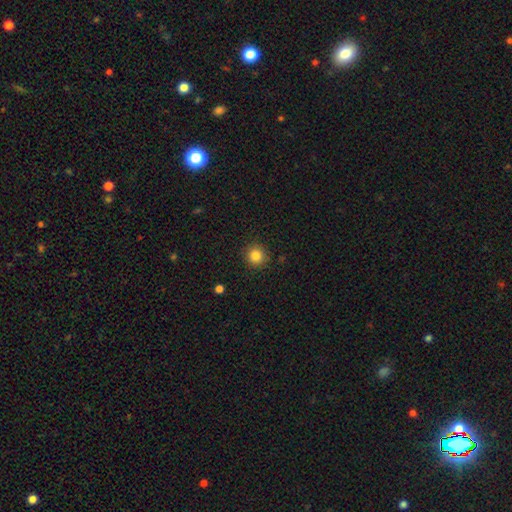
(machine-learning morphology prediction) A smooth galaxy with no disk features (84%) that is round (93%).

Vote fractions:
- Smooth or featured? smooth: 84% / star or artifact: 11% / featured or disk: 5%
- How rounded? round: 93% / in between: 6% / cigar-shaped: 1%
- Merging? none: 90% / minor disturbance: 7% / major disturbance: 2% / merger: 1%